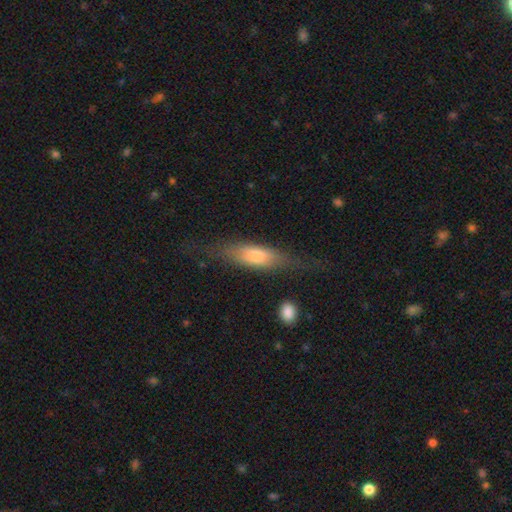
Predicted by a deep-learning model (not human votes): smooth_or_featured: smooth (p=0.58) [alt: featured or disk p=0.35]
how_rounded: cigar-shaped (p=0.56) [alt: in between p=0.41]
merging: none (p=0.59) [alt: minor disturbance p=0.23]